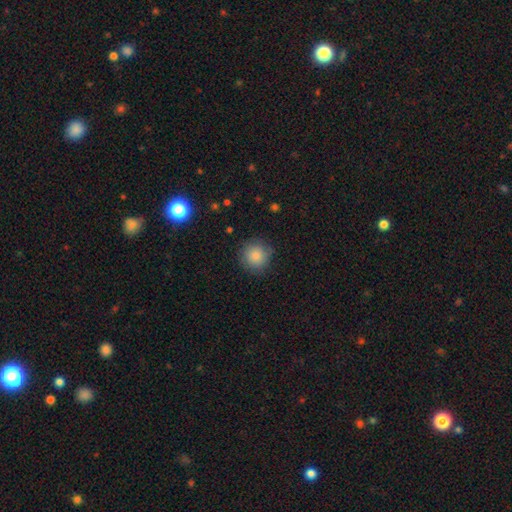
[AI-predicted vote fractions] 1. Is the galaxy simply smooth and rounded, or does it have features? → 84% smooth, 9% star or artifact, 6% featured or disk.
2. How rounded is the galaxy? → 93% round, 6% in between, 1% cigar-shaped.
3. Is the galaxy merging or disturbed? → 84% none, 12% minor disturbance, 3% major disturbance, 1% merger.